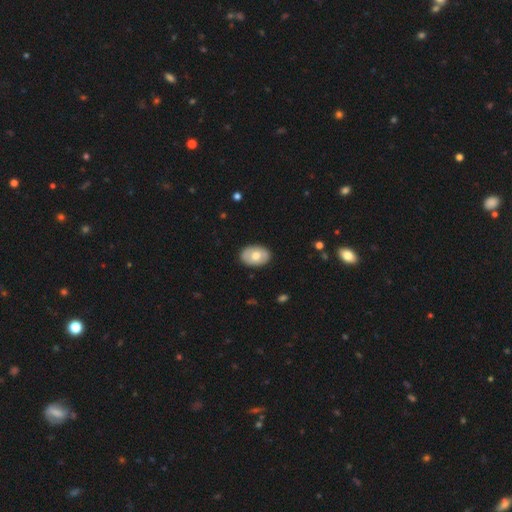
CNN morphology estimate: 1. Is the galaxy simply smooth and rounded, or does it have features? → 68% smooth, 27% featured or disk, 6% star or artifact.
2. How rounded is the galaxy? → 85% in between, 14% round, 1% cigar-shaped.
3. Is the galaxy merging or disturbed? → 88% none, 9% minor disturbance, 2% major disturbance, 1% merger.